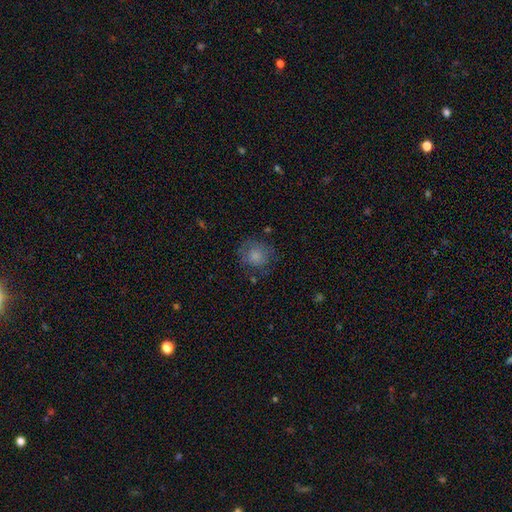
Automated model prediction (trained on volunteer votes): smooth-or-featured: smooth: 78% | featured or disk: 13% | star or artifact: 9%
  how-rounded: round: 85% | in between: 14% | cigar-shaped: 1%
  merging: none: 69% | minor disturbance: 20% | major disturbance: 9% | merger: 2%